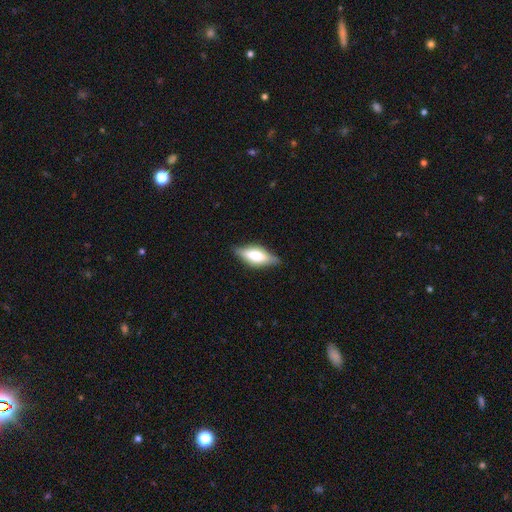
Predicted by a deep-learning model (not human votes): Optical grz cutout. It shows a smooth galaxy with no disk features (51%) that is in between round and cigar-shaped (68%). Merging: none (80%).